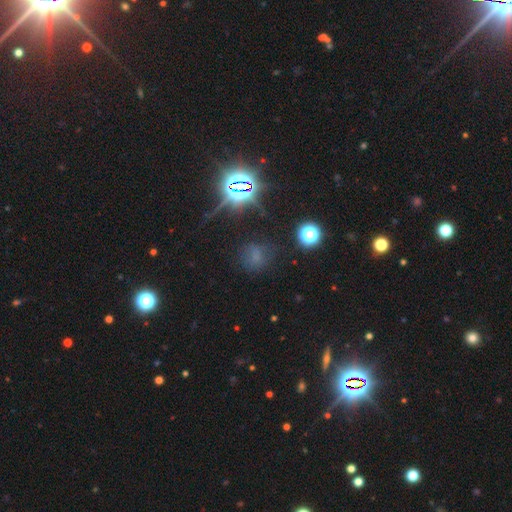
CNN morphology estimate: A smooth galaxy with no disk features (45%). Merging: none (67%).